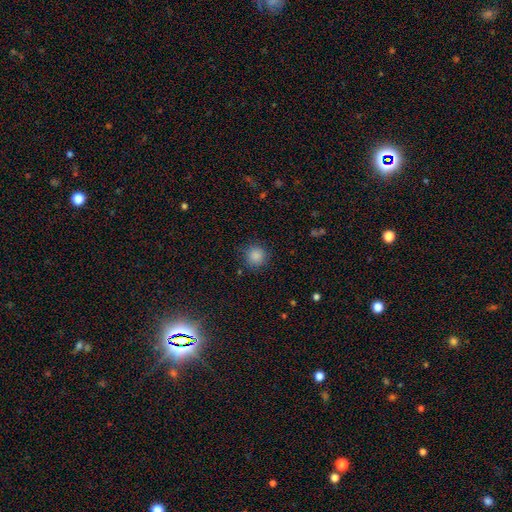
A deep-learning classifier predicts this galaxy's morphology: The model was most divided on "merging": none: 85%, minor disturbance: 11%, major disturbance: 3%, merger: 1%. More confident: how rounded — round (92%); smooth or featured — smooth (86%).